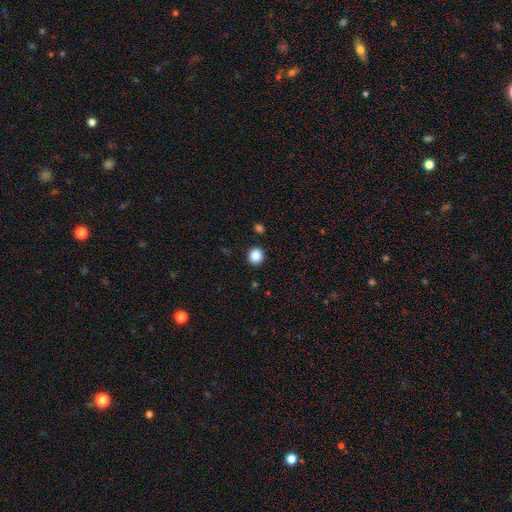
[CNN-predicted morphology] A smooth galaxy with no disk features (87%) that is round (88%). Merging: none (91%).